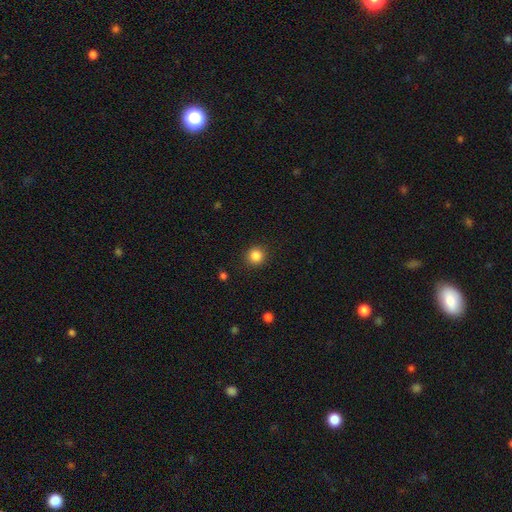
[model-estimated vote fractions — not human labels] Morphology: type=smooth (85%); roundness=round (93%); merging=none (91%).